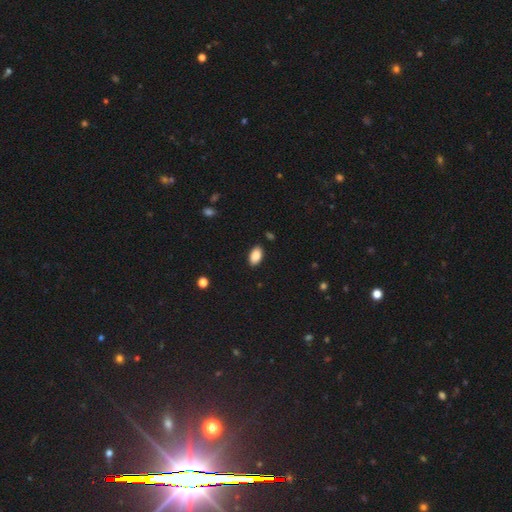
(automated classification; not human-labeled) This appears to be a smooth galaxy with no disk features (88%) that is in between round and cigar-shaped (93%). Merging: none (88%).